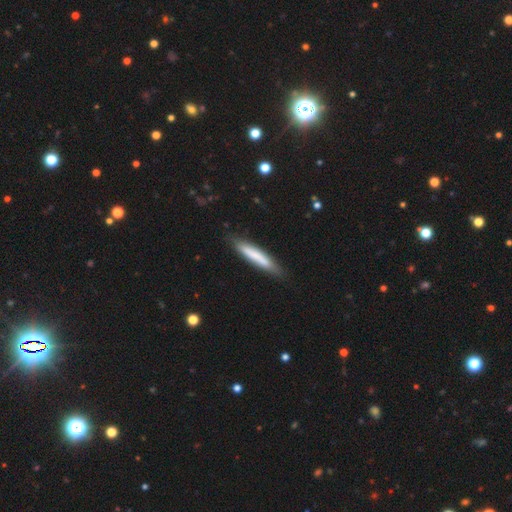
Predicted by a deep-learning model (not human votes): smooth-or-featured: smooth: 72% | featured or disk: 22% | star or artifact: 6%
  how-rounded: cigar-shaped: 91% | in between: 8% | round: 1%
  merging: none: 83% | minor disturbance: 13% | major disturbance: 2% | merger: 2%